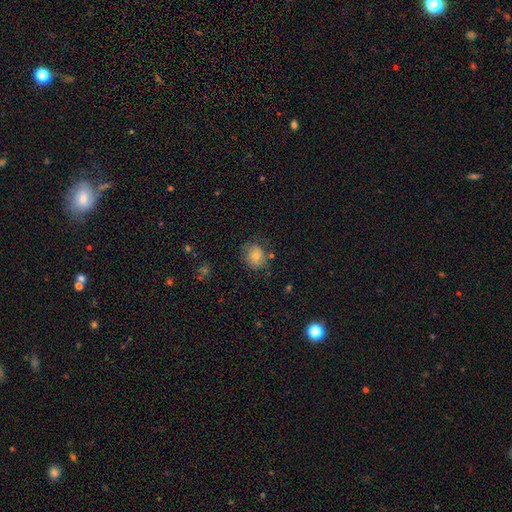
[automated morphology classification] A smooth galaxy with no disk features (62%) that is round (73%).

Vote fractions:
- Smooth or featured? smooth: 62% / featured or disk: 22% / star or artifact: 16%
- How rounded? round: 73% / in between: 26% / cigar-shaped: 1%
- Merging? none: 75% / minor disturbance: 16% / major disturbance: 6% / merger: 2%